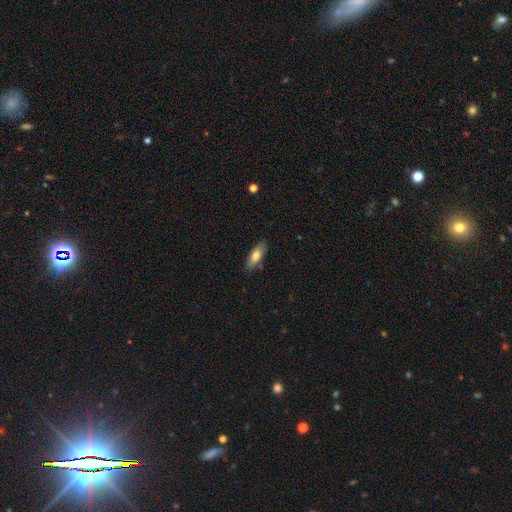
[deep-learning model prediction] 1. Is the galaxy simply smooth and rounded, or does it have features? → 75% smooth, 19% featured or disk, 6% star or artifact.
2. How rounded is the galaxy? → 68% in between, 30% cigar-shaped, 2% round.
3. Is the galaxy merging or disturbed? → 81% none, 14% minor disturbance, 3% major disturbance, 2% merger.